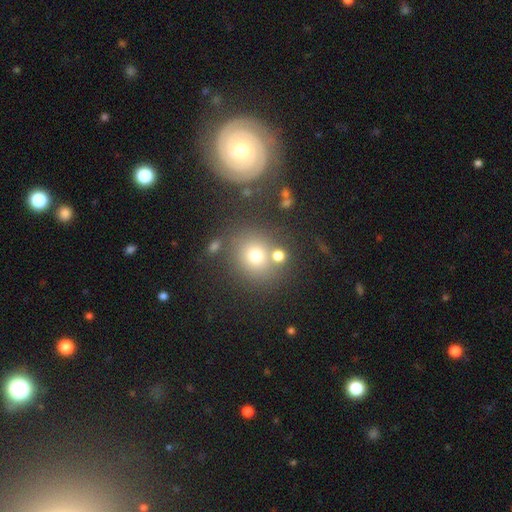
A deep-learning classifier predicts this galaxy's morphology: Overall: smooth (71%). How rounded: round (81%). Merging: none (67%).